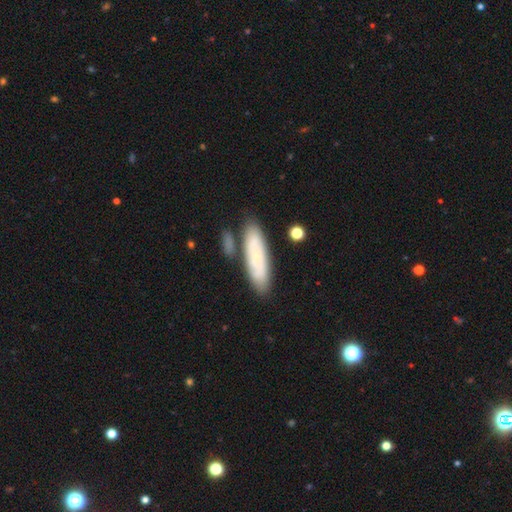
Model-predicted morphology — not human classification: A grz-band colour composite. It shows a smooth galaxy with no disk features (64%) that is cigar-shaped (55%). Merging: none (70%).